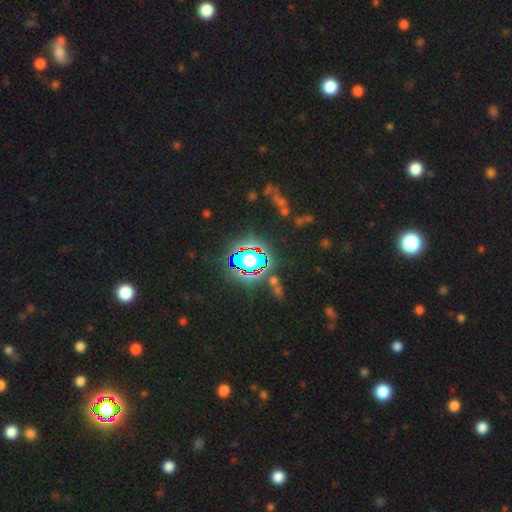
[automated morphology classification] This appears to be a star or artifact, not a galaxy (73%).